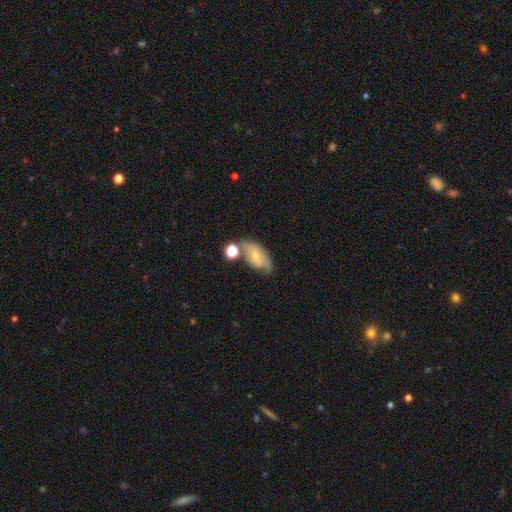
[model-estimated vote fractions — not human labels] Morphology: type=smooth (58%); roundness=in between (88%); merging=none (48%).